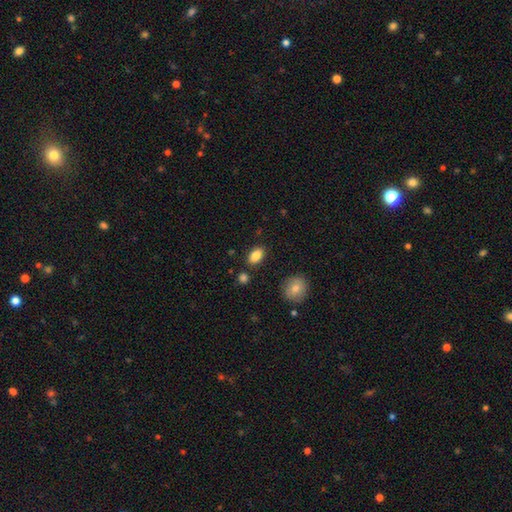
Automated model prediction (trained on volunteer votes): Smooth or featured: smooth — 85% (star or artifact — 8%)
How rounded: in between — 88% (round — 10%)
Merging: none — 84% (minor disturbance — 10%)